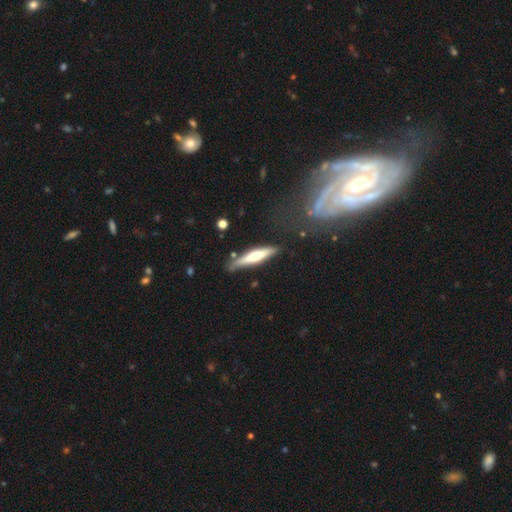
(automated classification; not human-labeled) The model was most divided on "smooth or featured": featured or disk: 49%, smooth: 46%, star or artifact: 5%. More confident: merging — none (79%).